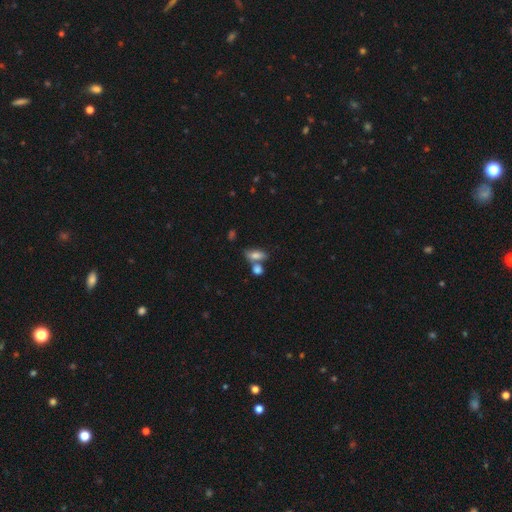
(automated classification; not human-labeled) smooth 75%, featured or disk 15%, star or artifact 10%. Down the decision tree: how rounded — in between (79%); merging — none (47%).